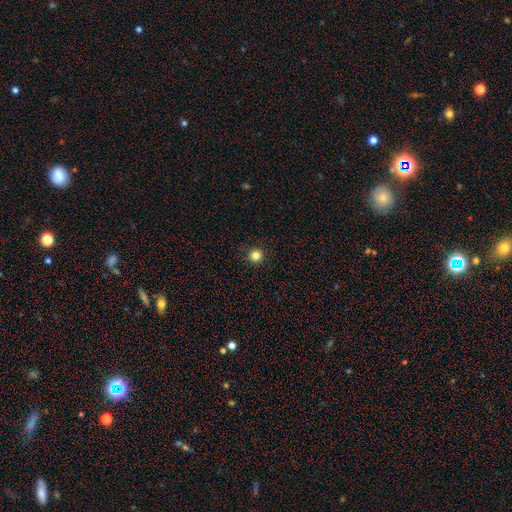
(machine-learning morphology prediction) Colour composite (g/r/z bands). It shows a smooth galaxy with no disk features (83%) that is round (95%). Merging: none (92%).